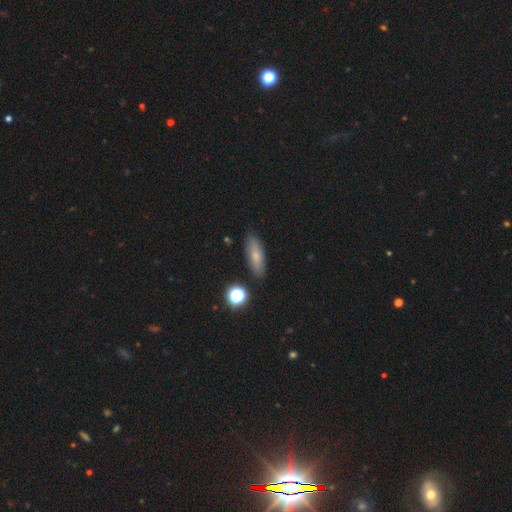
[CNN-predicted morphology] A smooth galaxy with no disk features (74%) that is in between round and cigar-shaped (56%). Merging: none (85%).